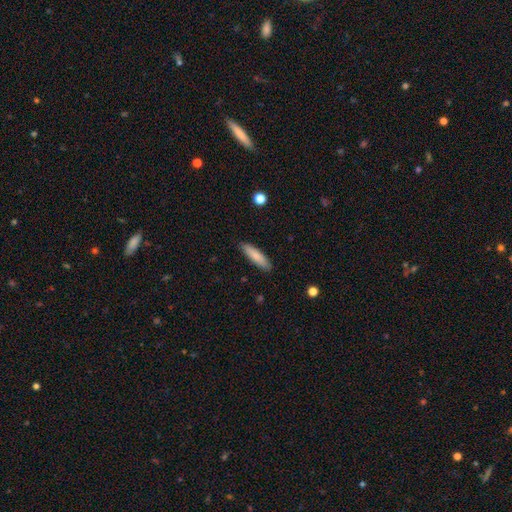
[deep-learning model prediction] This is clearly a smooth galaxy (82%). How rounded: likely cigar-shaped (72%). Merging: clearly none (88%).